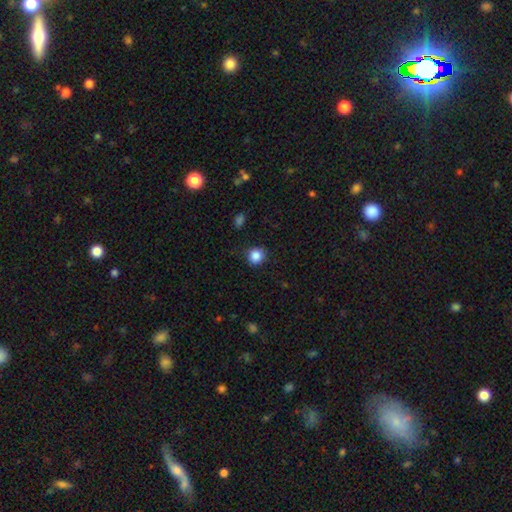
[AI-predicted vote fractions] smooth-or-featured: smooth: 86% | star or artifact: 10% | featured or disk: 4%
  how-rounded: round: 90% | in between: 9% | cigar-shaped: 1%
  merging: none: 84% | minor disturbance: 12% | major disturbance: 3% | merger: 1%